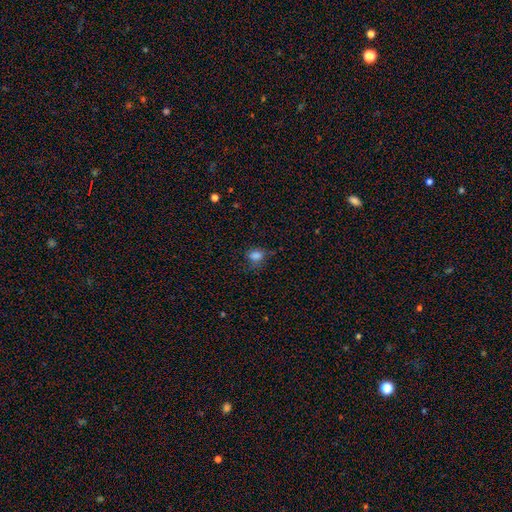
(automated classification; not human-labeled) Overall: smooth (80%). How rounded: in between (62%; round 37%). Merging: none (59%; minor disturbance 27%).